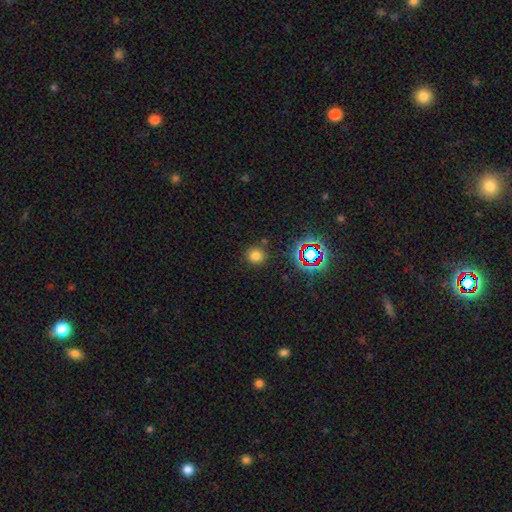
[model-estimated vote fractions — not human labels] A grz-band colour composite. It shows a smooth galaxy with no disk features (72%) that is round (89%). Merging: none (85%).